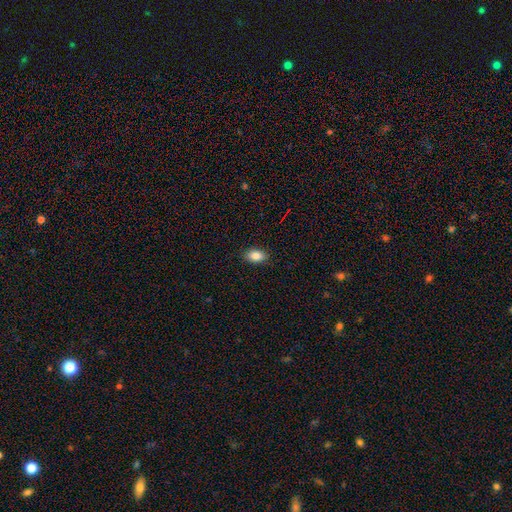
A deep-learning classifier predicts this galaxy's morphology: This appears to be a smooth galaxy with no disk features (86%) that is in between round and cigar-shaped (88%). Merging: none (88%).